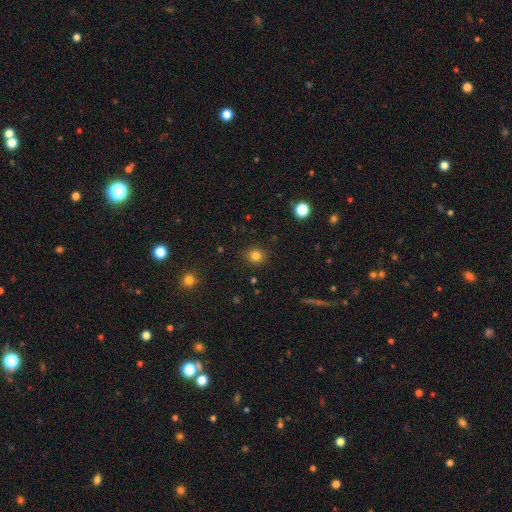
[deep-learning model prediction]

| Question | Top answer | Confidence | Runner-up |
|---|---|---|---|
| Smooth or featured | smooth | 82% | star or artifact (13%) |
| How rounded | round | 86% | in between (13%) |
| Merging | none | 89% | minor disturbance (8%) |